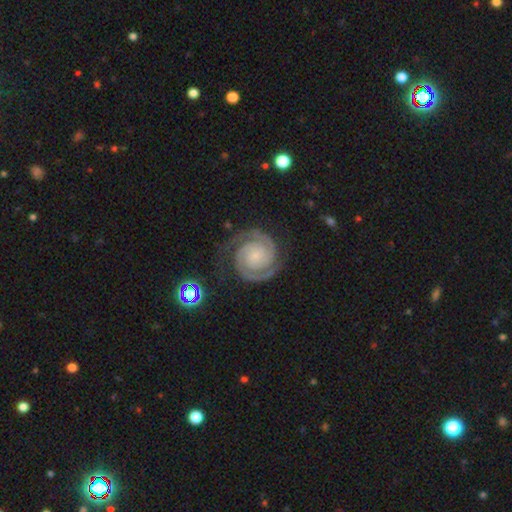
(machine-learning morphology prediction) Smooth or featured: featured or disk — 91% (star or artifact — 5%)
Edge-on disk: no — 98% (yes — 2%)
Bar: no — 71% (weak — 20%)
Spiral arms: yes — 99% (no — 1%)
Spiral winding: tight — 74% (medium — 23%)
Spiral arm count: 2 — 91% (3 — 3%)
Bulge size: small — 59% (none — 19%)
Merging: none — 80% (minor disturbance — 13%)